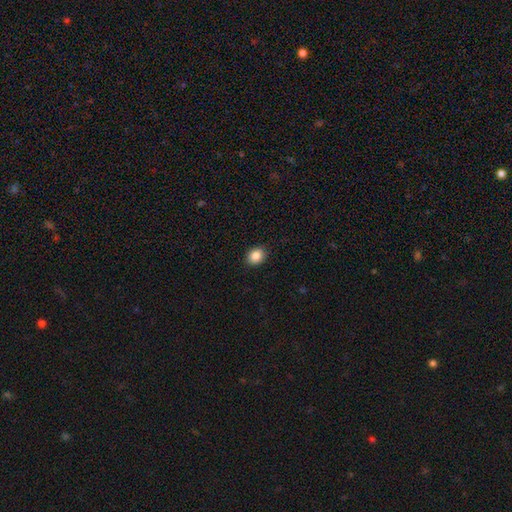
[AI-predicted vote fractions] Smooth or featured?
  - smooth: 87% *
  - star or artifact: 9%
  - featured or disk: 4%
How rounded?
  - round: 50% *
  - in between: 49%
  - cigar-shaped: 1%
Merging?
  - none: 90% *
  - minor disturbance: 7%
  - major disturbance: 2%
  - merger: 1%